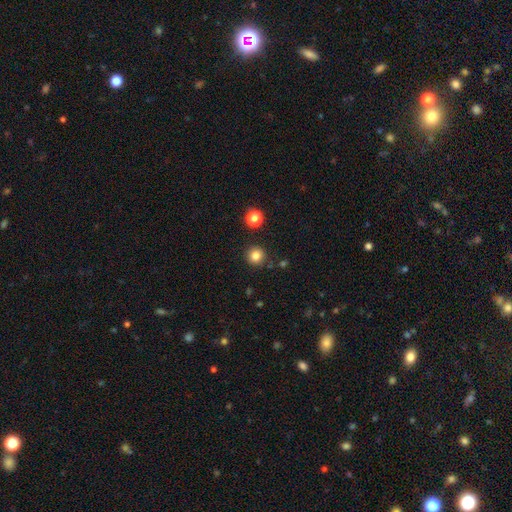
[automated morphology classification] A smooth galaxy with no disk features (83%) that is round (94%). Merging: none (89%).